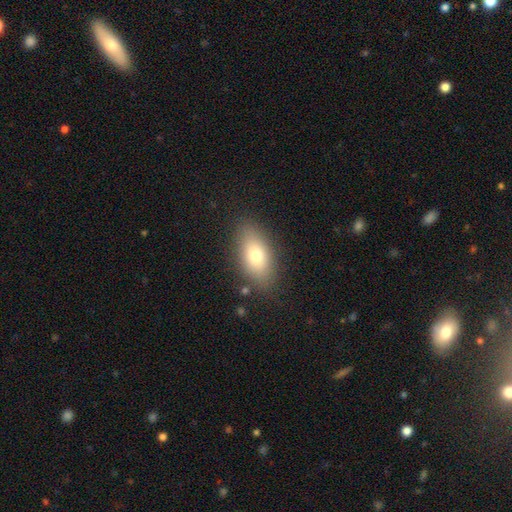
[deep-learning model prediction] smooth 75%, featured or disk 16%, star or artifact 9%. Down the decision tree: how rounded — in between (88%); merging — none (85%).